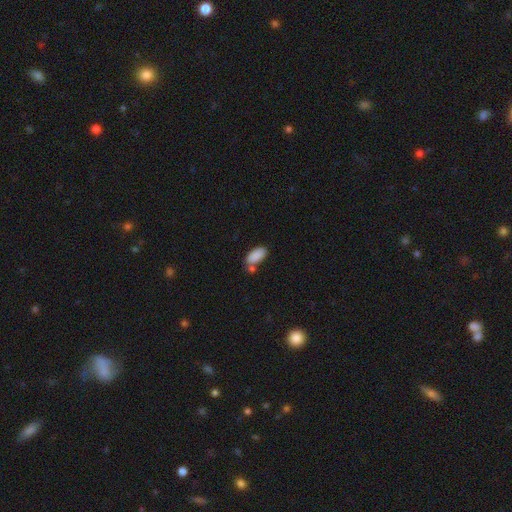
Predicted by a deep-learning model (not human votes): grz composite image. It shows a smooth galaxy with no disk features (88%) that is in between round and cigar-shaped (91%). Merging: none (63%).